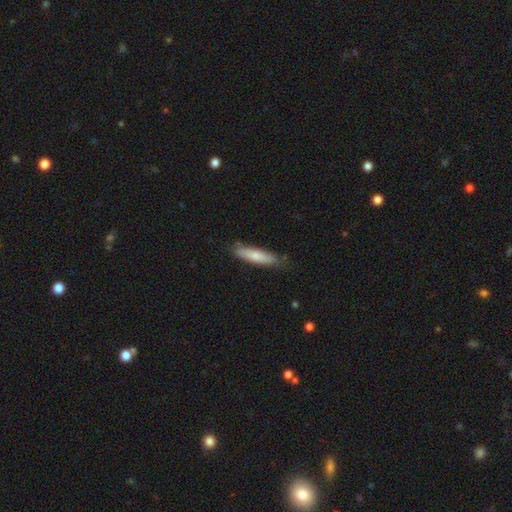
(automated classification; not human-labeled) Morphology: type=smooth (74%); roundness=cigar-shaped (77%); merging=none (79%).